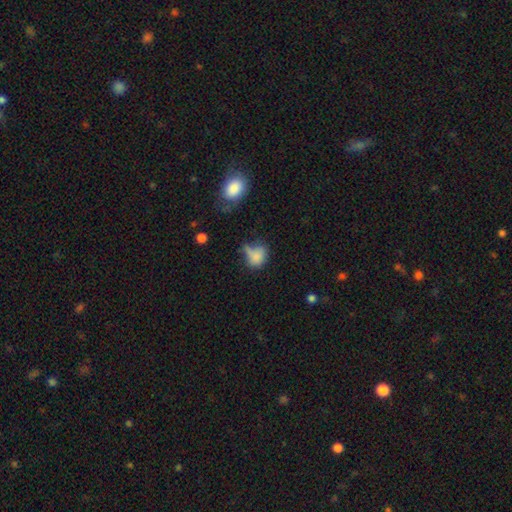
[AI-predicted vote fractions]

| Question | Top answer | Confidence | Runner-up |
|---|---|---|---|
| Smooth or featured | smooth | 75% | featured or disk (13%) |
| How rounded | in between | 55% | round (42%) |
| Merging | none | 36% | minor disturbance (27%) |